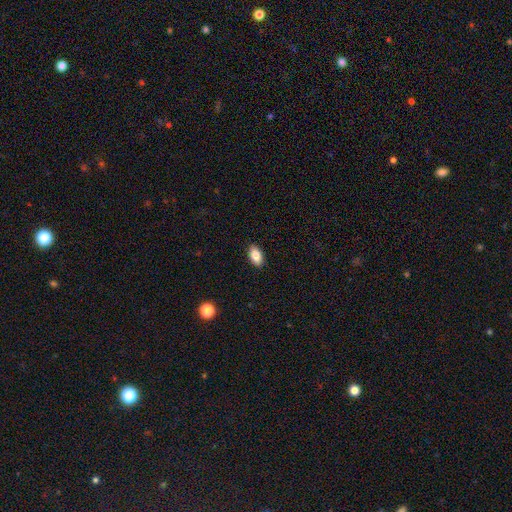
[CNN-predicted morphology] Smooth or featured: smooth — 88% (star or artifact — 8%)
How rounded: in between — 92% (round — 4%)
Merging: none — 89% (minor disturbance — 8%)